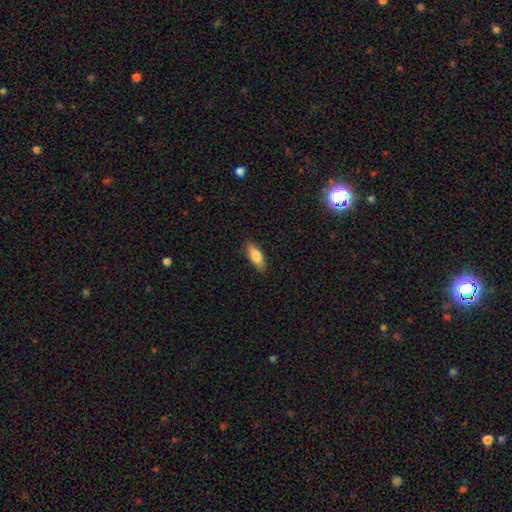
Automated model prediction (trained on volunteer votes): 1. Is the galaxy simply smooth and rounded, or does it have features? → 82% smooth, 12% featured or disk, 6% star or artifact.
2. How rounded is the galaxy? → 74% in between, 23% cigar-shaped, 2% round.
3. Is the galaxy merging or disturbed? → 87% none, 10% minor disturbance, 2% major disturbance, 1% merger.